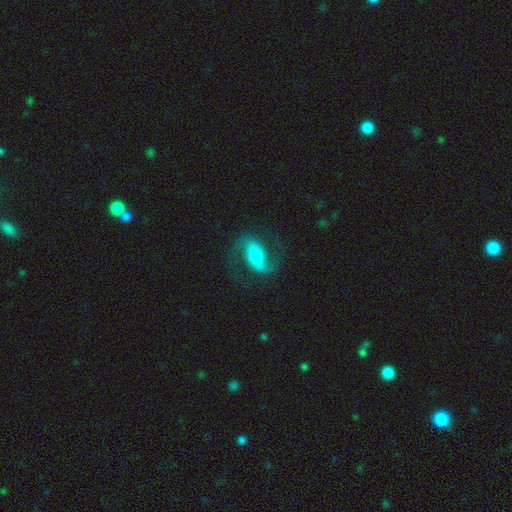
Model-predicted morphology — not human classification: smooth-or-featured: featured or disk: 86% | smooth: 9% | star or artifact: 5%
  disk-edge-on: no: 97% | yes: 3%
    bar: strong: 41% | weak: 37% | no: 22%
    has-spiral-arms: yes: 96% | no: 4%
      spiral-winding: medium: 52% | loose: 38% | tight: 11%
      spiral-arm-count: 2: 94% | can't tell: 2% | 1: 2% | 3: 1% | 4: 1% | more than 4: 1%
    bulge-size: moderate: 62% | small: 22% | large: 12% | none: 2% | dominant: 2%
  merging: none: 79% | minor disturbance: 12% | major disturbance: 8% | merger: 1%